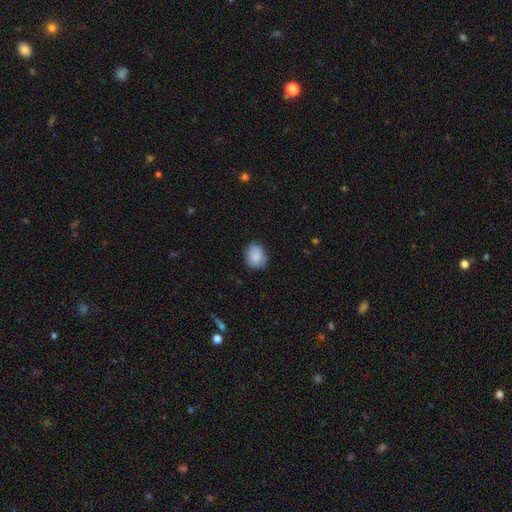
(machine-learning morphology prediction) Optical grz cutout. It shows a smooth galaxy with no disk features (87%) that is round (53%). Merging: none (78%).